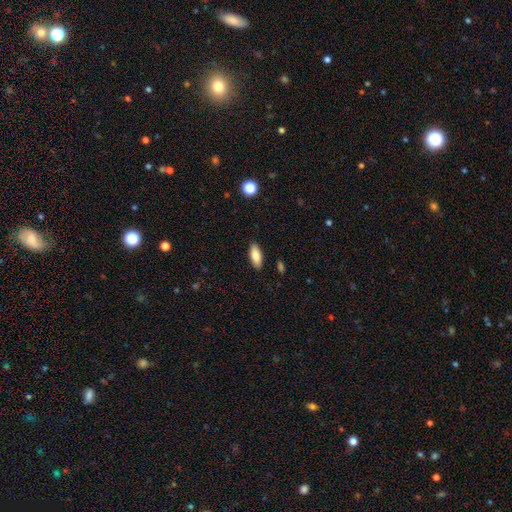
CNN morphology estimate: The model was most divided on "how rounded": in between: 79%, cigar-shaped: 19%, round: 2%. More confident: merging — none (88%); smooth or featured — smooth (84%).